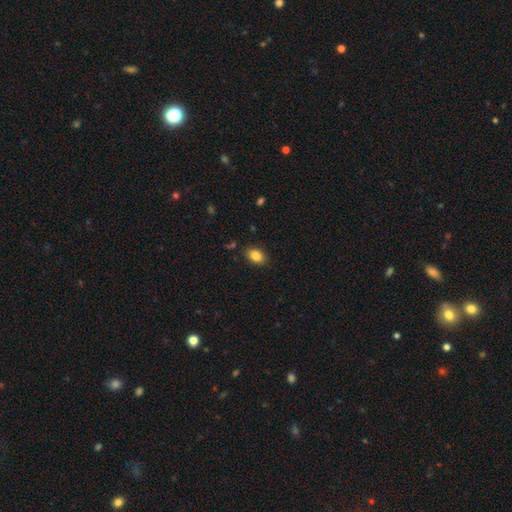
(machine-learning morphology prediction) Smooth or featured?
  - smooth: 86% *
  - star or artifact: 8%
  - featured or disk: 5%
How rounded?
  - in between: 85% *
  - round: 14%
  - cigar-shaped: 1%
Merging?
  - none: 86% *
  - minor disturbance: 10%
  - major disturbance: 3%
  - merger: 2%